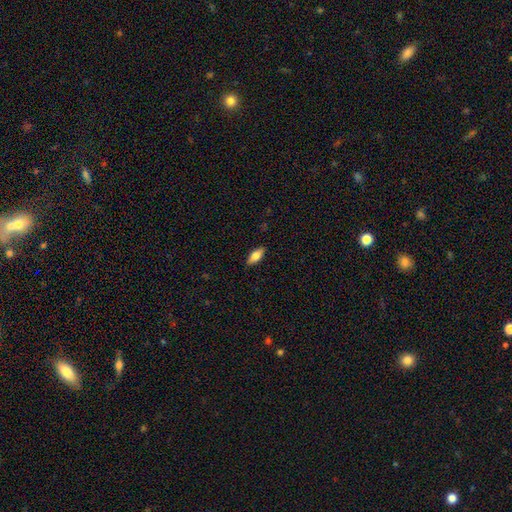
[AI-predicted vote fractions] Smooth or featured: smooth — 72% (featured or disk — 21%)
How rounded: in between — 80% (cigar-shaped — 17%)
Merging: none — 88% (minor disturbance — 9%)